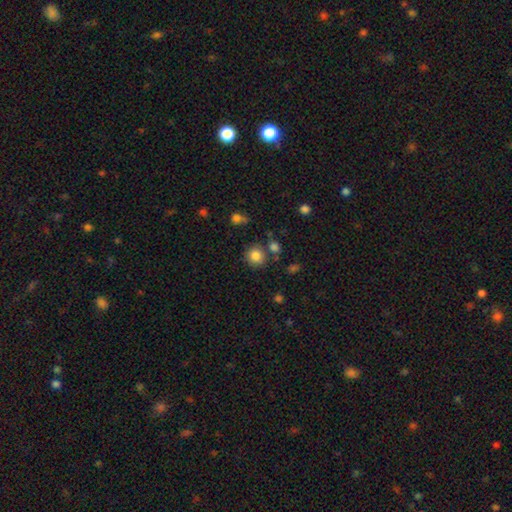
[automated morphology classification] Smooth or featured?
  - smooth: 83% *
  - star or artifact: 11%
  - featured or disk: 6%
How rounded?
  - round: 88% *
  - in between: 11%
  - cigar-shaped: 1%
Merging?
  - none: 77% *
  - minor disturbance: 10%
  - merger: 9%
  - major disturbance: 4%